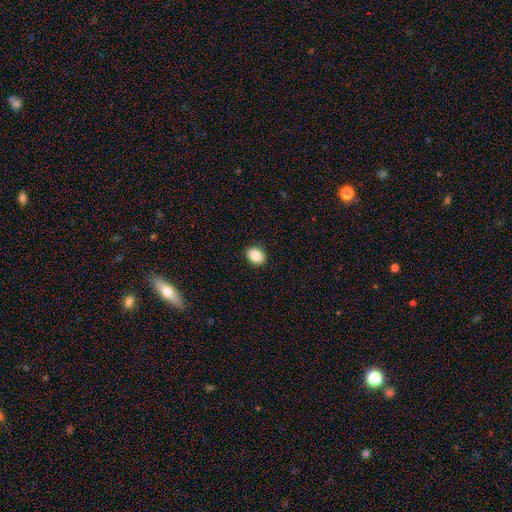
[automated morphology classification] smooth-or-featured: smooth: 86% | star or artifact: 9% | featured or disk: 5%
  how-rounded: in between: 62% | round: 37% | cigar-shaped: 1%
  merging: none: 91% | minor disturbance: 7% | major disturbance: 2% | merger: 1%